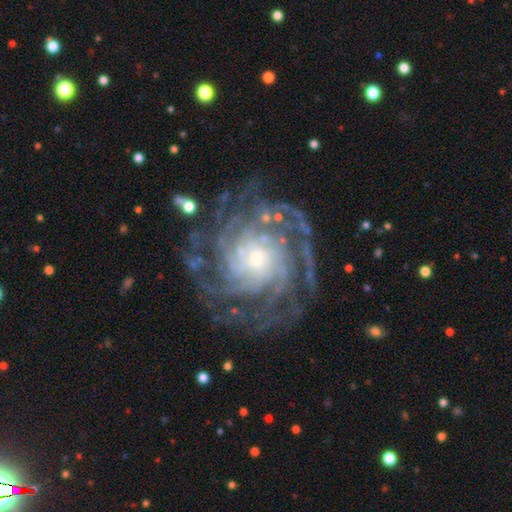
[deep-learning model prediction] featured or disk 91%, star or artifact 6%, smooth 4%. Down the decision tree: edge-on disk — no (98%); bar — no (69%); spiral arms — yes (98%); spiral arm count — 4 (26%); spiral winding — tight (70%); bulge size — small (57%); merging — none (76%).